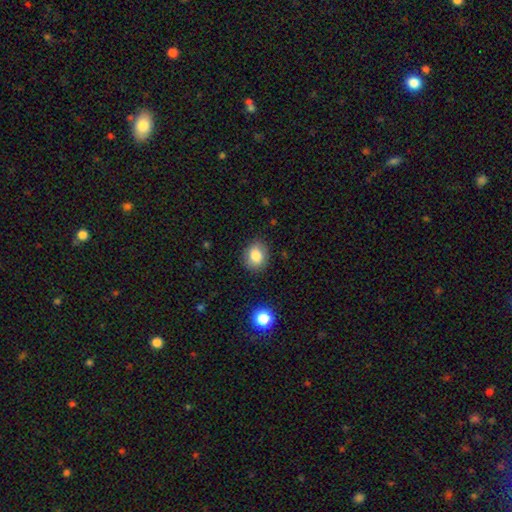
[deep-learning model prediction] This appears to be a smooth galaxy with no disk features (82%) that is round (59%). Merging: none (85%).